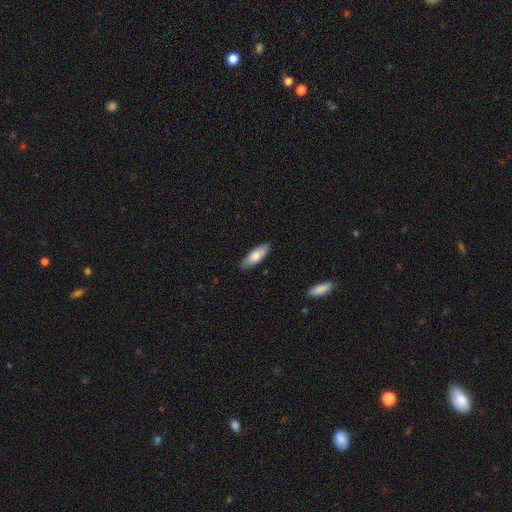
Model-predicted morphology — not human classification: Smooth or featured? Predicted: smooth (p=0.73). How rounded? Predicted: in between (p=0.63). Merging? Predicted: none (p=0.86).